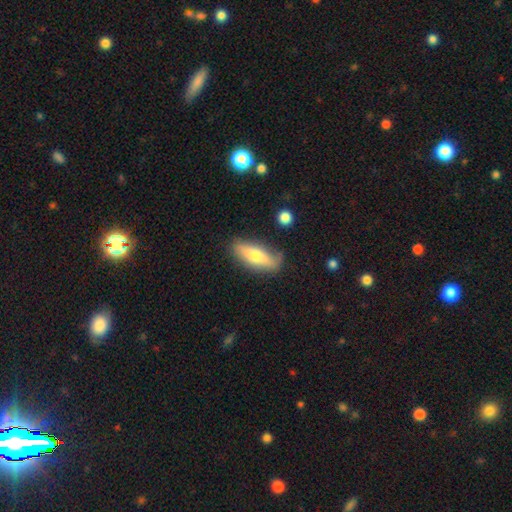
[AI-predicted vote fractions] Smooth or featured: smooth — 61% (featured or disk — 32%)
How rounded: in between — 53% (cigar-shaped — 44%)
Merging: none — 74% (minor disturbance — 19%)